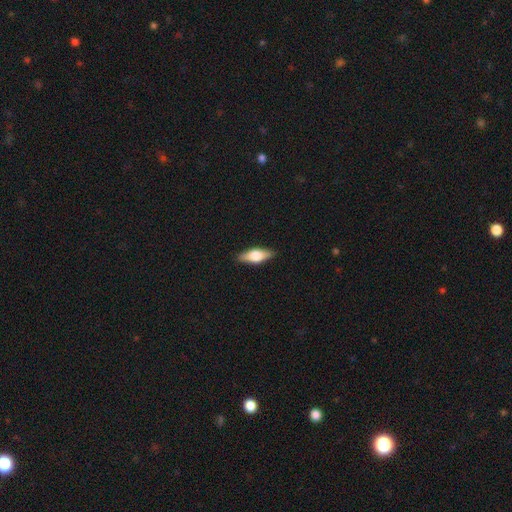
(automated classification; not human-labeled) This is possibly a smooth galaxy (58%). How rounded: likely in between (68%). Merging: clearly none (88%).